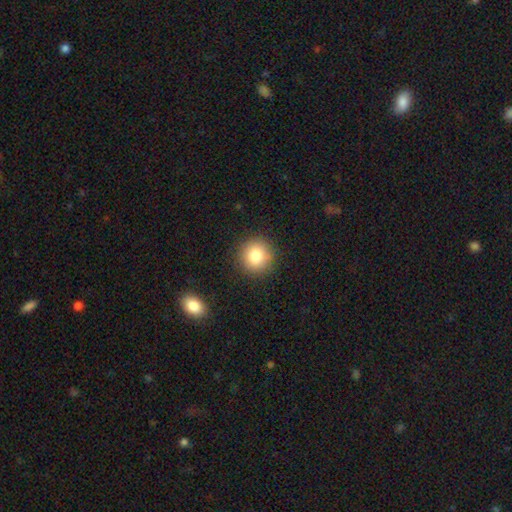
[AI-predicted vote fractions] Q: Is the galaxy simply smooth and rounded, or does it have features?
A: smooth — 83%.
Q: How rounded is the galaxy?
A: round — 92%.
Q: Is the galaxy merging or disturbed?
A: none — 90%.